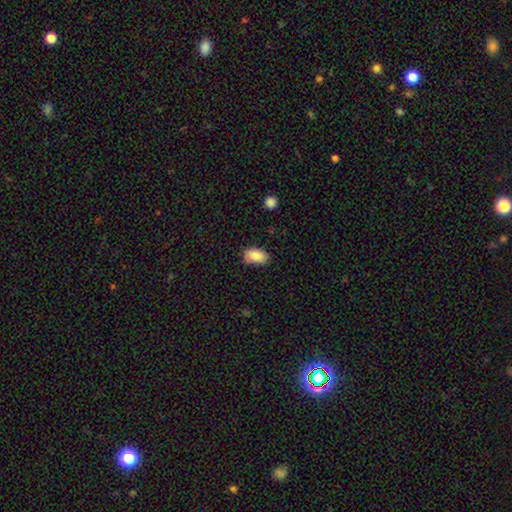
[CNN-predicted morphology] The model was most divided on "merging": none: 73%, minor disturbance: 22%, major disturbance: 3%, merger: 2%. More confident: how rounded — in between (91%); smooth or featured — smooth (85%).